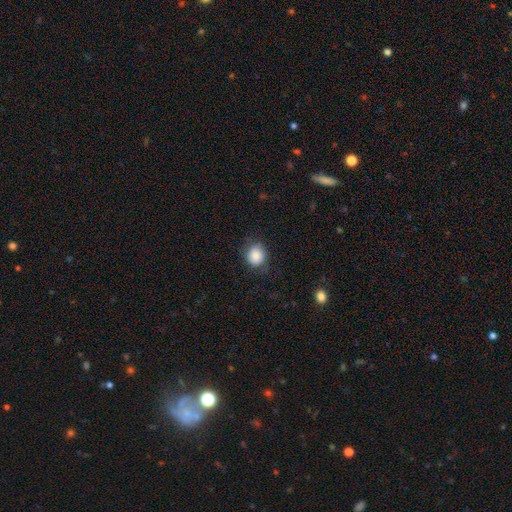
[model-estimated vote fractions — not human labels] Q: Smooth or featured?
A: smooth (85%); runner-up: star or artifact (8%)
Q: How rounded?
A: round (71%); runner-up: in between (28%)
Q: Merging?
A: none (75%); runner-up: minor disturbance (18%)